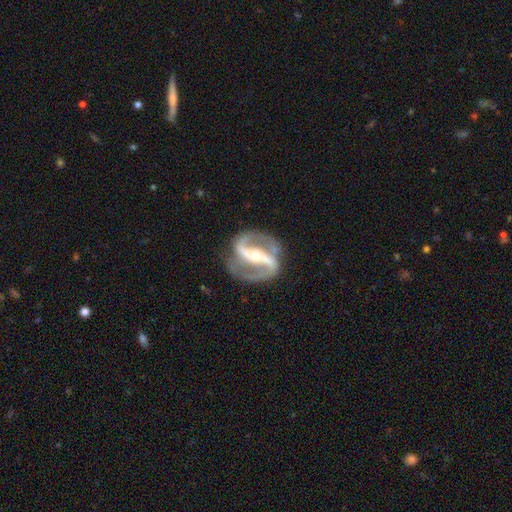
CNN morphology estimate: The model was most divided on "bulge size": small: 50%, moderate: 45%, large: 3%, none: 1%, dominant: 1%. More confident: spiral arms — yes (96%); edge-on disk — no (96%); spiral arm count — 2 (94%); smooth or featured — featured or disk (92%); merging — none (83%); bar — strong (73%); spiral winding — medium (55%).